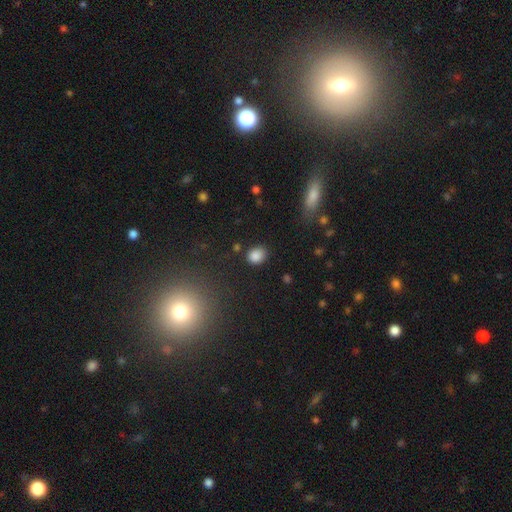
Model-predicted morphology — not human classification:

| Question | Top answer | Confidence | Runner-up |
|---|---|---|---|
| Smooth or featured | smooth | 85% | star or artifact (11%) |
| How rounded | round | 55% | in between (44%) |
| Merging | none | 82% | minor disturbance (12%) |